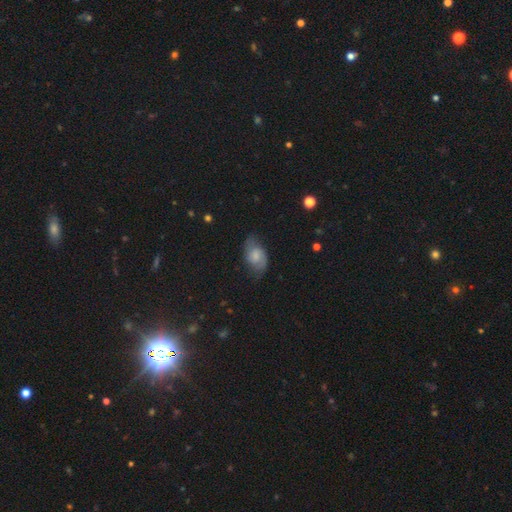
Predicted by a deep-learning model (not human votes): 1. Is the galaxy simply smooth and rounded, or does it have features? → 50% featured or disk, 41% smooth, 8% star or artifact.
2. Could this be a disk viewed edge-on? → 95% no, 5% yes.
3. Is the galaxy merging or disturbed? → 64% none, 25% minor disturbance, 10% major disturbance, 2% merger.